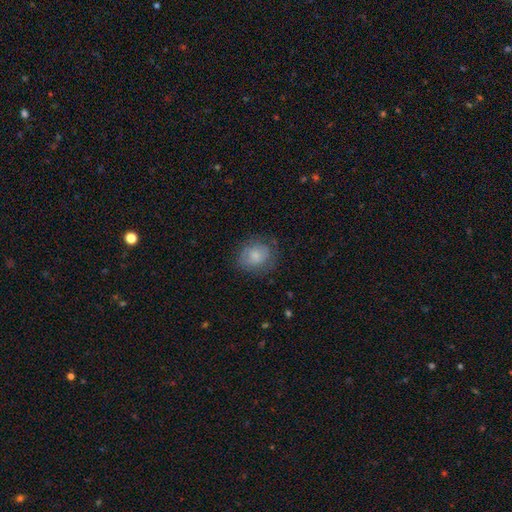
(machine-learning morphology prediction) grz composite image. It shows a smooth galaxy with no disk features (71%) that is round (65%). Merging: none (69%).